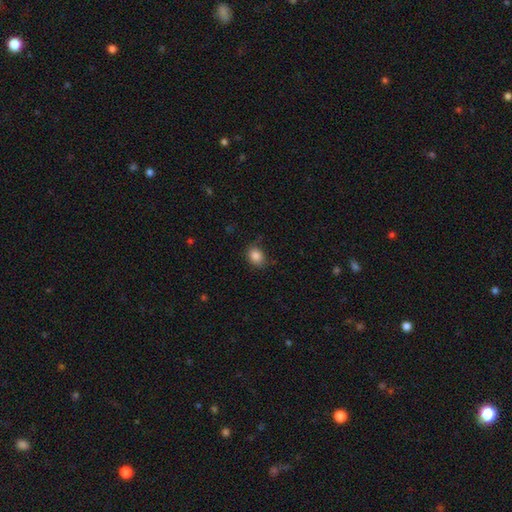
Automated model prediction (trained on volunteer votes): This is clearly a smooth galaxy (85%). How rounded: possibly in between (55%). Merging: likely none (75%).